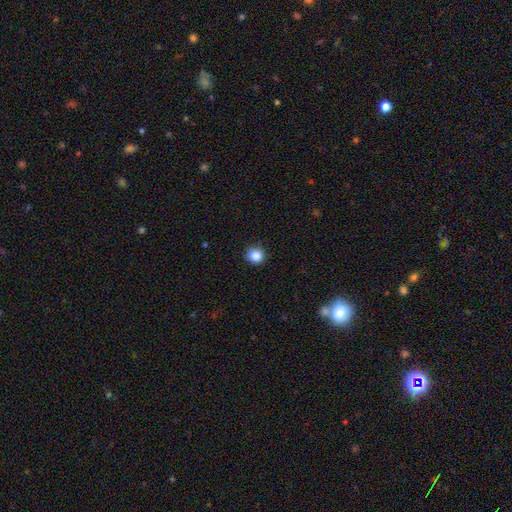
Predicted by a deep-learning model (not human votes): smooth_or_featured: smooth (p=0.86) [alt: star or artifact p=0.10]
how_rounded: round (p=0.92) [alt: in between p=0.07]
merging: none (p=0.91) [alt: minor disturbance p=0.06]